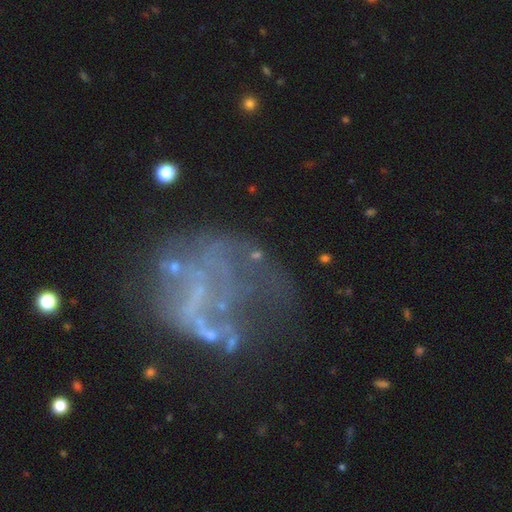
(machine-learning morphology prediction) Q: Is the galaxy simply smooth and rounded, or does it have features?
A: featured or disk — 60%.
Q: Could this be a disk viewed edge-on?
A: no — 96%.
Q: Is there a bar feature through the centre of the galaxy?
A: no — 64%.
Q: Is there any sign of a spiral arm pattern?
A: yes — 53%.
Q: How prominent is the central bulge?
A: none — 52%.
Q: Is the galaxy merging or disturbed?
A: none — 45%.